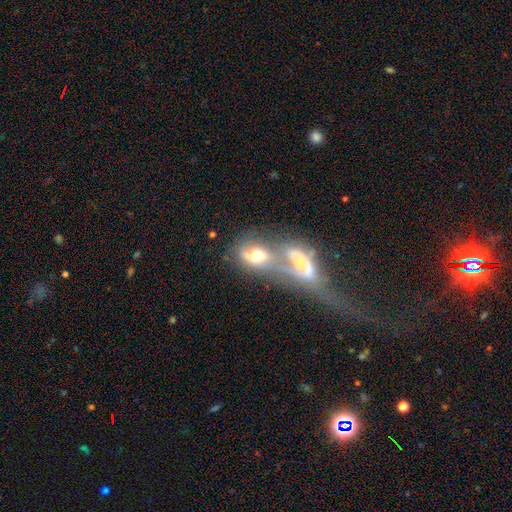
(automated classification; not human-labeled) Morphology: type=smooth (46%); merging=merger (69%).